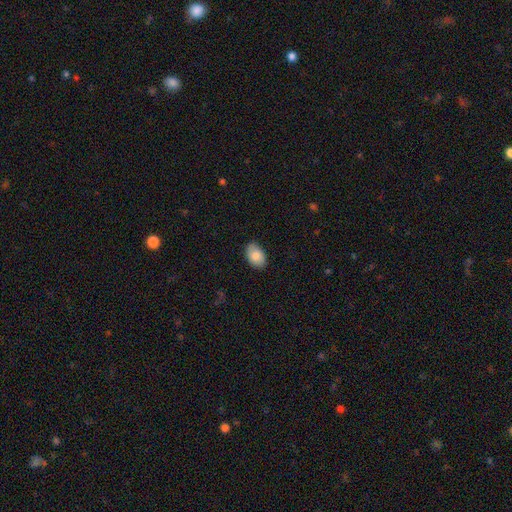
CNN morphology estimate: smooth 85%, featured or disk 8%, star or artifact 7%. Down the decision tree: how rounded — in between (89%); merging — none (85%).